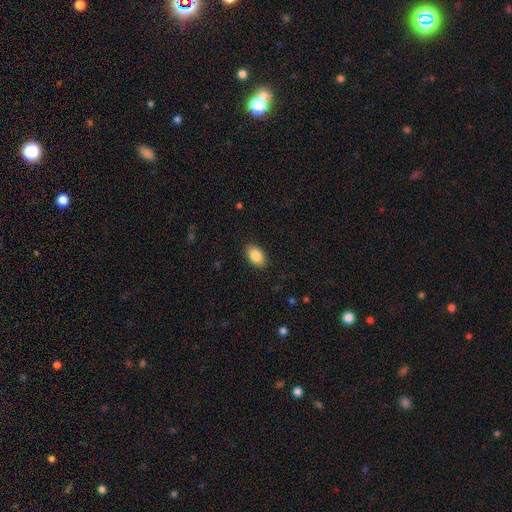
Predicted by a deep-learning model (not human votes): smooth 88%, star or artifact 7%, featured or disk 5%. Down the decision tree: how rounded — in between (91%); merging — none (88%).